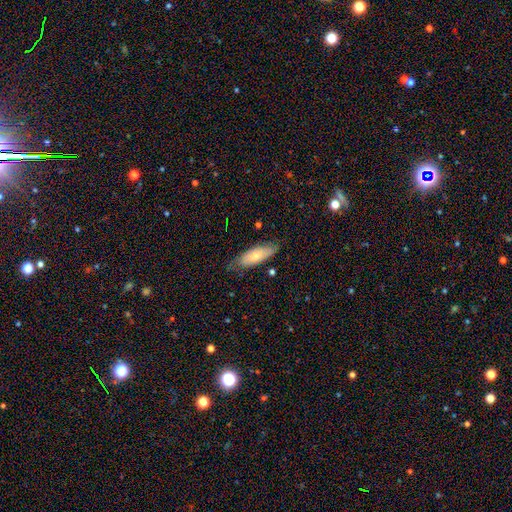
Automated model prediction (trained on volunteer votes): smooth-or-featured: smooth: 67% | featured or disk: 27% | star or artifact: 6%
  how-rounded: in between: 66% | cigar-shaped: 33% | round: 2%
  merging: none: 73% | minor disturbance: 21% | major disturbance: 4% | merger: 2%